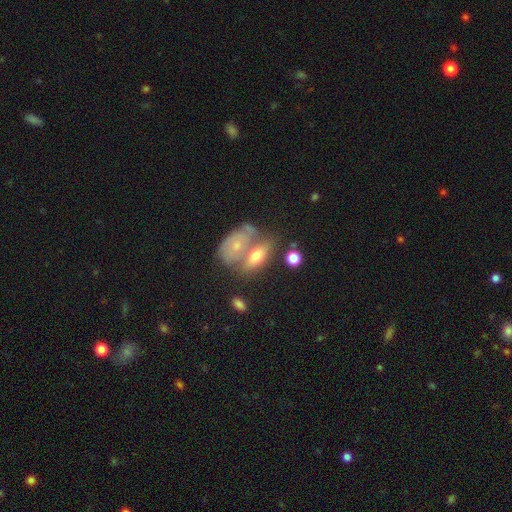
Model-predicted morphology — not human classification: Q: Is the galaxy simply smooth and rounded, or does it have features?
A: smooth — 56%.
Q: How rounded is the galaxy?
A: in between — 78%.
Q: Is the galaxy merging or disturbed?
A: merger — 42%.